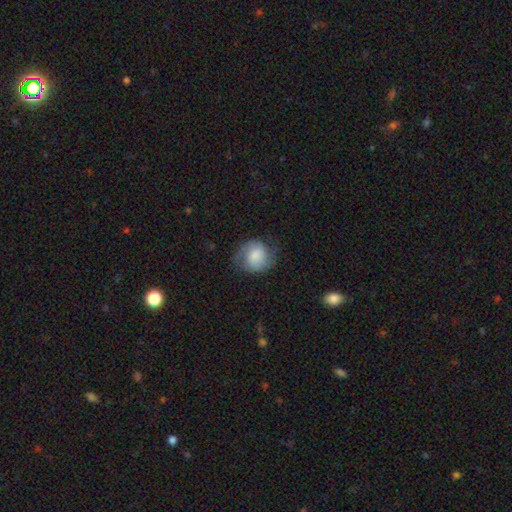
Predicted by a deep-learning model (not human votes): The model was most divided on "smooth or featured": smooth: 51%, featured or disk: 41%, star or artifact: 8%. More confident: how rounded — round (76%); merging — none (67%).